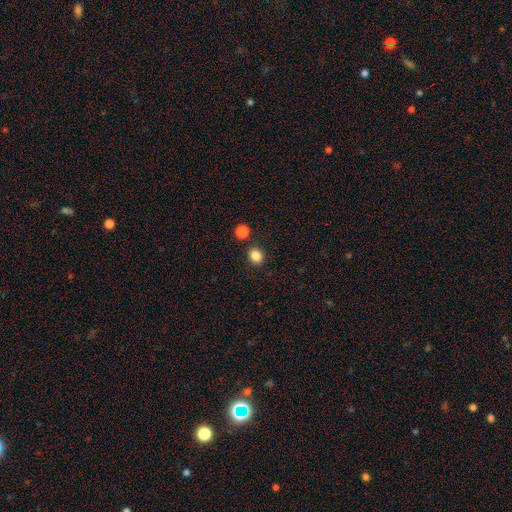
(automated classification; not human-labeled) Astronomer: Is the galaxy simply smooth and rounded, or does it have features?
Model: smooth — 85%.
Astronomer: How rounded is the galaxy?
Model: round — 53% (runner-up: in between, 46%).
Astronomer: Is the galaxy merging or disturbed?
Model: none — 83%.